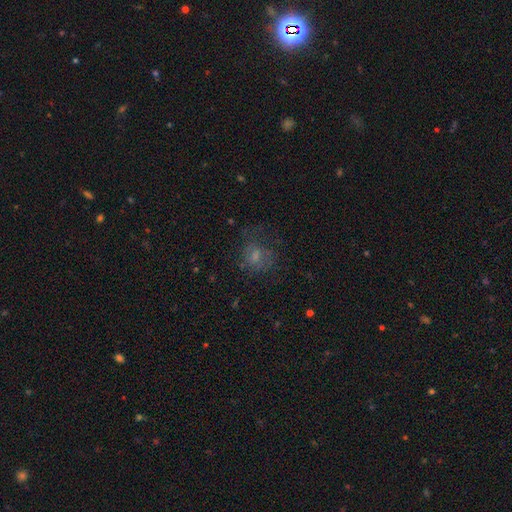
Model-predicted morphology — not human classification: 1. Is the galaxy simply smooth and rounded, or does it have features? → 47% smooth, 27% featured or disk, 26% star or artifact.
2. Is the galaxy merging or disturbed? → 57% none, 21% major disturbance, 20% minor disturbance, 2% merger.